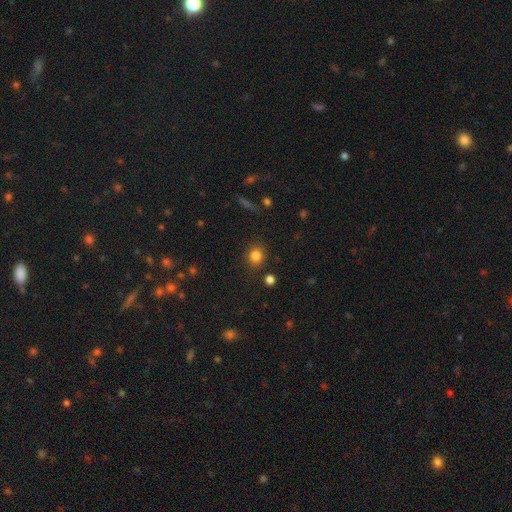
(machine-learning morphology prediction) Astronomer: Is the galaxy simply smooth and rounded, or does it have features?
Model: smooth — 82%.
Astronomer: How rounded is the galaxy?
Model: round — 76%.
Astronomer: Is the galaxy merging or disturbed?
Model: none — 86%.